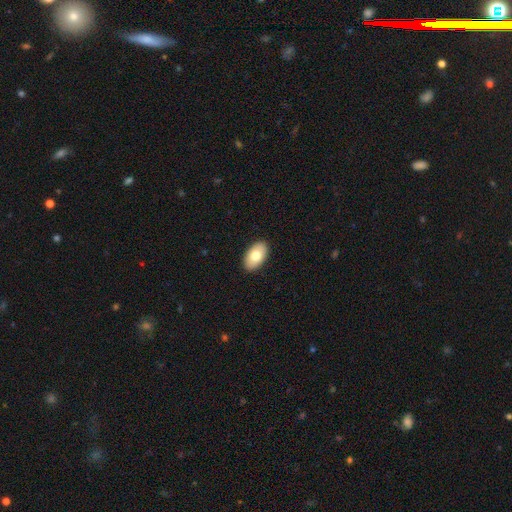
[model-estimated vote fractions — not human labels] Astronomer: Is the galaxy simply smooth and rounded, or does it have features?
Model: smooth — 77%.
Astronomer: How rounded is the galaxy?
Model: in between — 94%.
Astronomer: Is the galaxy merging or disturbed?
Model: none — 90%.